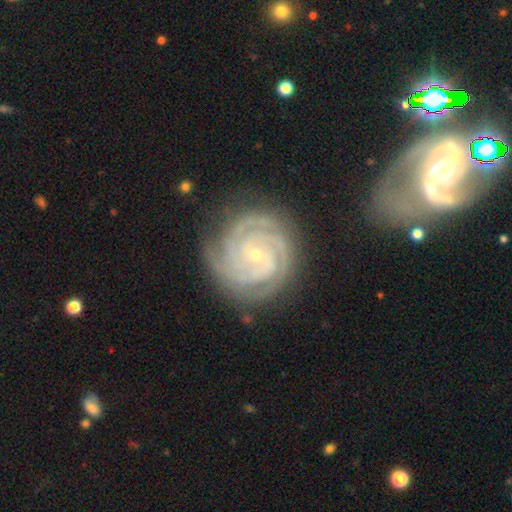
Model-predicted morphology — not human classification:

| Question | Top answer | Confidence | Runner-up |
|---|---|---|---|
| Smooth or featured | featured or disk | 91% | star or artifact (5%) |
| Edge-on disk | no | 98% | yes (2%) |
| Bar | no | 66% | weak (24%) |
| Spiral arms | yes | 99% | no (1%) |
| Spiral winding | tight | 83% | medium (15%) |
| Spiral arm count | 3 | 35% | 4 (32%) |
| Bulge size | small | 79% | moderate (17%) |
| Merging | none | 81% | minor disturbance (14%) |